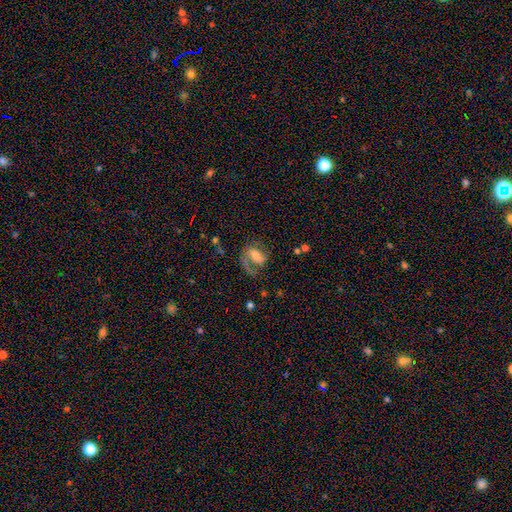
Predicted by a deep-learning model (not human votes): Q: Smooth or featured?
A: featured or disk (63%); runner-up: smooth (28%)
Q: Edge-on disk?
A: no (96%); runner-up: yes (4%)
Q: Bar?
A: weak (41%); runner-up: no (32%)
Q: Spiral arms?
A: yes (85%); runner-up: no (15%)
Q: Spiral winding?
A: medium (47%); runner-up: loose (31%)
Q: Spiral arm count?
A: 2 (52%); runner-up: 1 (39%)
Q: Bulge size?
A: moderate (46%); runner-up: small (27%)
Q: Merging?
A: none (49%); runner-up: major disturbance (29%)